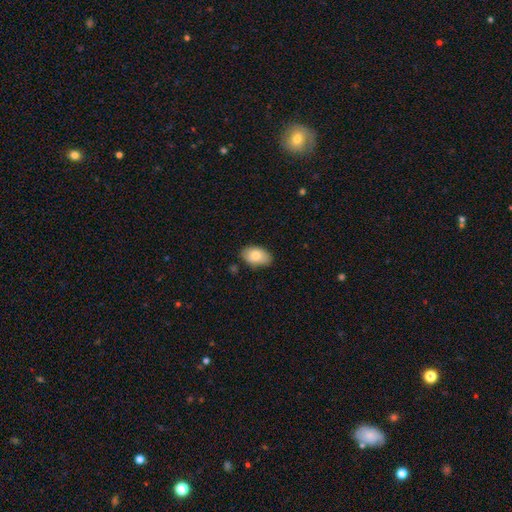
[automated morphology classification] This appears to be a smooth galaxy with no disk features (80%) that is in between round and cigar-shaped (90%). Merging: none (78%).